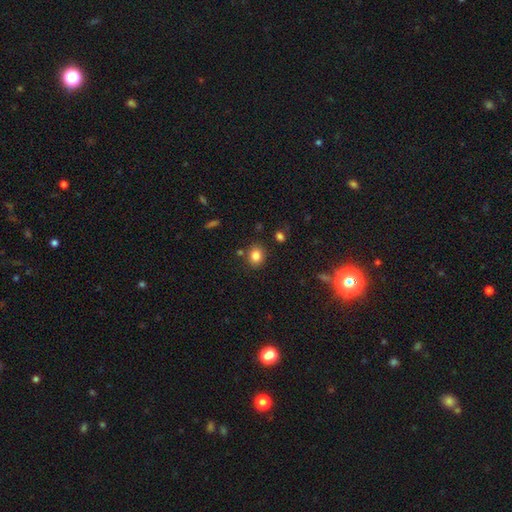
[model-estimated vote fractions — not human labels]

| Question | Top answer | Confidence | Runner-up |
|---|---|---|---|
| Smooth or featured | smooth | 83% | star or artifact (11%) |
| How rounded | round | 61% | in between (38%) |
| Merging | none | 82% | minor disturbance (10%) |